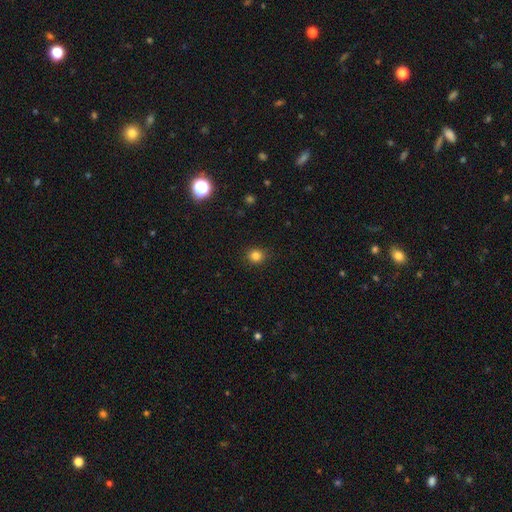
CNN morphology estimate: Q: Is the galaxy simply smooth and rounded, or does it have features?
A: smooth — 83%.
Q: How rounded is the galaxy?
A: round — 85%.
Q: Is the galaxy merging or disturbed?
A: none — 90%.